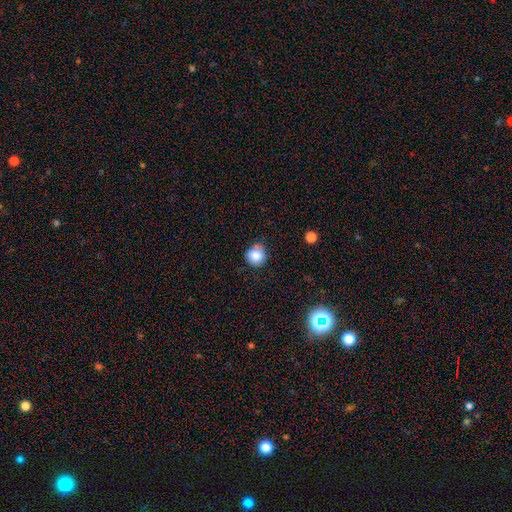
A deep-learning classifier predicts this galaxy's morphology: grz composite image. It shows a smooth galaxy with no disk features (82%) that is round (89%). Merging: none (73%).